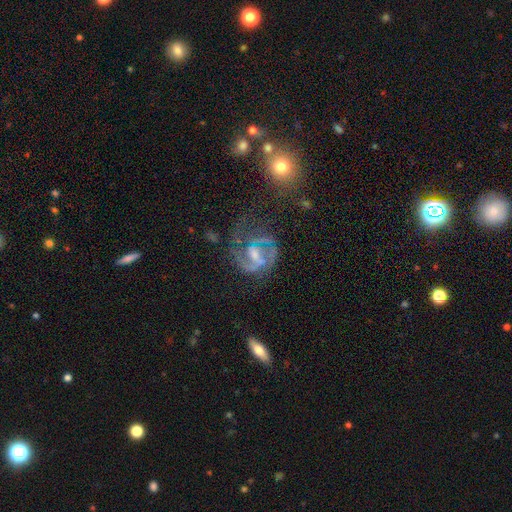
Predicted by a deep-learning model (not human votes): Smooth or featured? Predicted: featured or disk (p=0.80). Edge-on disk? Predicted: no (p=0.97). Bar? Predicted: weak (p=0.46). Spiral arms? Predicted: yes (p=0.87). Spiral winding? Predicted: medium (p=0.50). Spiral arm count? Predicted: 2 (p=0.63). Bulge size? Predicted: small (p=0.41). Merging? Predicted: none (p=0.44).